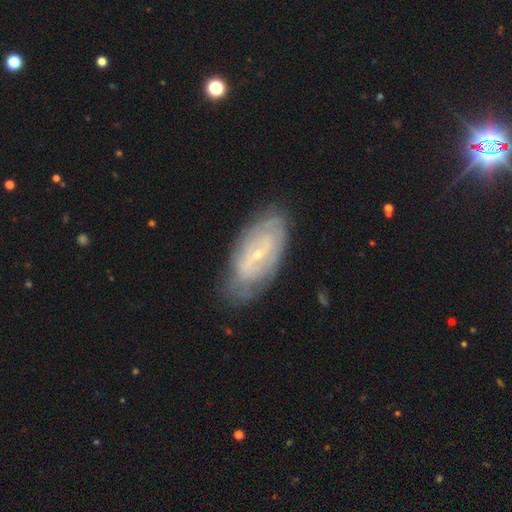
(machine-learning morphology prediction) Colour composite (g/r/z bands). It shows a featured or disk galaxy (69%) with a weak bar (42%), spiral arms (74%) and a small central bulge (80%). Merging: none (79%).